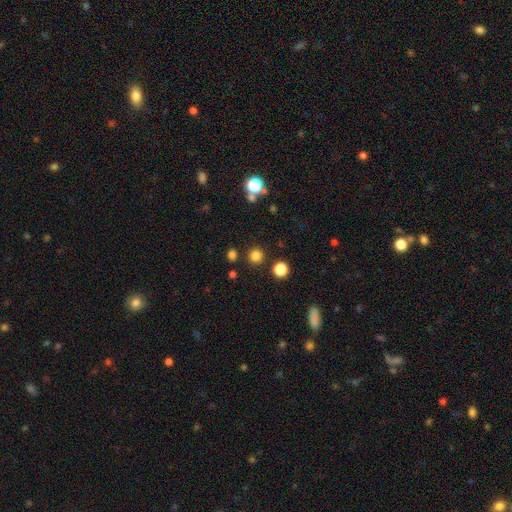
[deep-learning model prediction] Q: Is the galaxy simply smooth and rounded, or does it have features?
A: smooth — 80%.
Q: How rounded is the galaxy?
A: round — 94%.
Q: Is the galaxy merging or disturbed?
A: none — 88%.